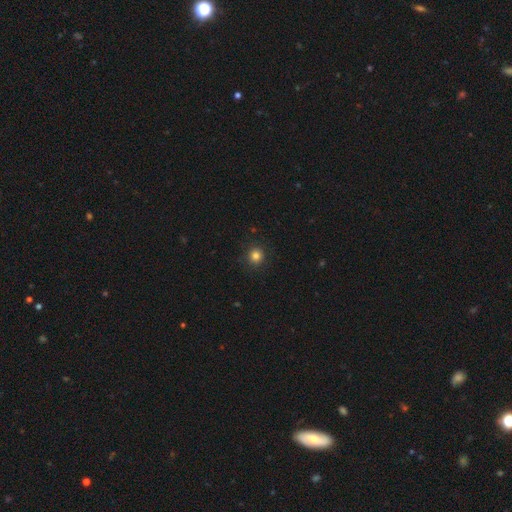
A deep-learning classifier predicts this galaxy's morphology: type=smooth (82%); roundness=round (93%); merging=none (90%).